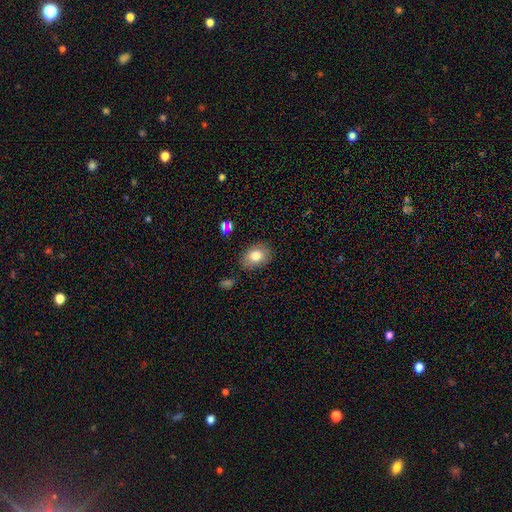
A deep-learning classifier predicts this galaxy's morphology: Smooth or featured: smooth — 80% (featured or disk — 12%)
How rounded: in between — 76% (round — 23%)
Merging: none — 80% (minor disturbance — 14%)